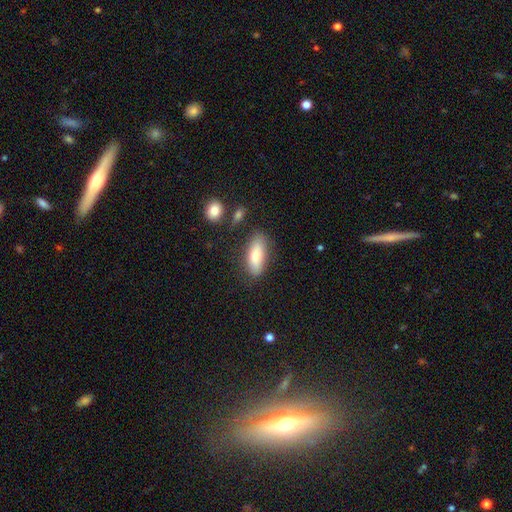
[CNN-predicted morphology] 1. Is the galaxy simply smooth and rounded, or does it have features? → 75% smooth, 18% featured or disk, 7% star or artifact.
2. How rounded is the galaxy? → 70% in between, 28% cigar-shaped, 2% round.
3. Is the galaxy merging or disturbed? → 78% none, 15% minor disturbance, 4% major disturbance, 4% merger.